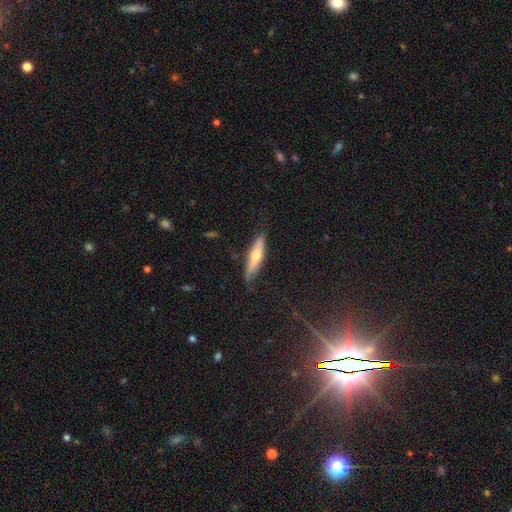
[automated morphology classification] Smooth or featured: smooth — 55% (featured or disk — 38%)
How rounded: cigar-shaped — 75% (in between — 23%)
Merging: none — 77% (minor disturbance — 18%)